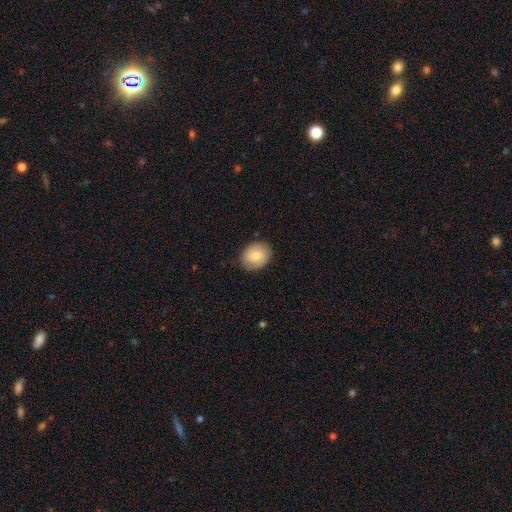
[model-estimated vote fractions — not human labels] Smooth or featured?
  - smooth: 75% *
  - featured or disk: 18%
  - star or artifact: 7%
How rounded?
  - round: 55% *
  - in between: 44%
  - cigar-shaped: 1%
Merging?
  - none: 82% *
  - minor disturbance: 14%
  - major disturbance: 3%
  - merger: 1%